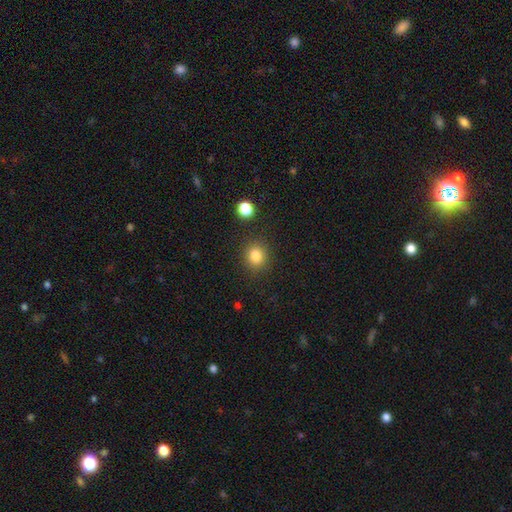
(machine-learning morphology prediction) Smooth or featured? smooth (83%)
How rounded? round (84%)
Merging? none (87%)